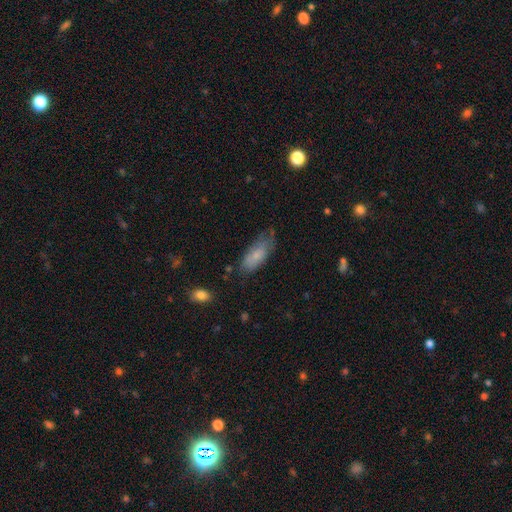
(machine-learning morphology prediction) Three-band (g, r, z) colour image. It shows a smooth galaxy with no disk features (74%) that is in between round and cigar-shaped (81%). Merging: none (54%).